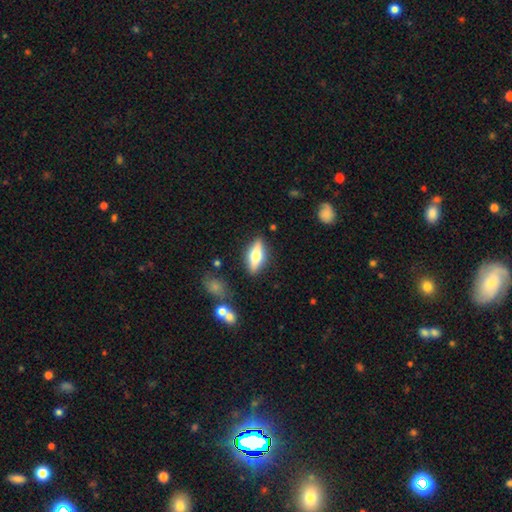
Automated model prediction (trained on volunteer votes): smooth-or-featured: featured or disk: 49% | smooth: 45% | star or artifact: 7%
  merging: none: 85% | minor disturbance: 10% | major disturbance: 3% | merger: 2%